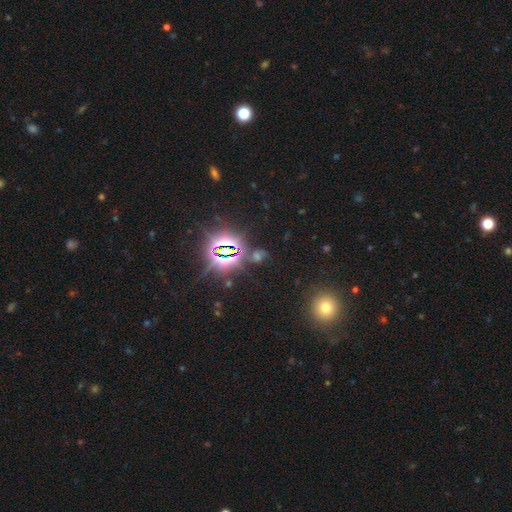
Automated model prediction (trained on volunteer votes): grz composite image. It shows a star or artifact, not a galaxy (78%).